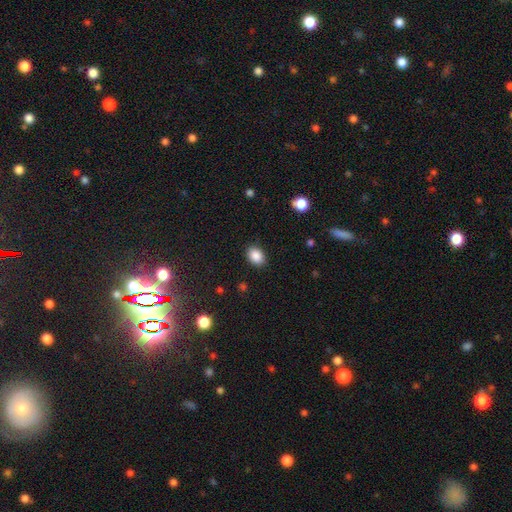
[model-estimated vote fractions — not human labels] A smooth galaxy with no disk features (88%) that is in between round and cigar-shaped (72%). Merging: none (87%).